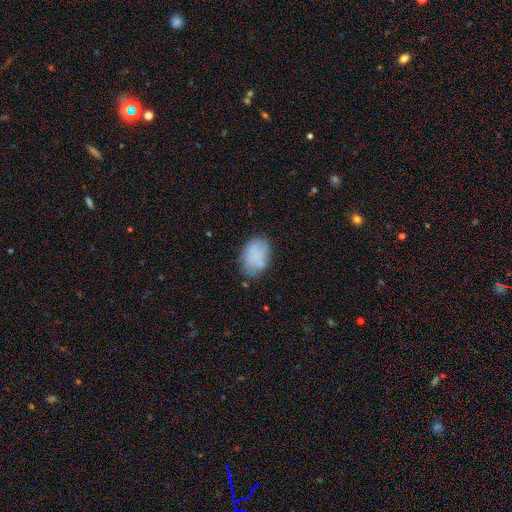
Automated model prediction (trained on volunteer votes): smooth 75%, featured or disk 16%, star or artifact 8%. Down the decision tree: how rounded — in between (84%); merging — none (65%).